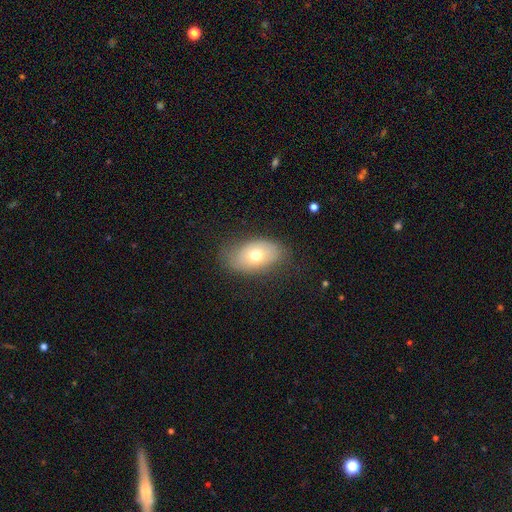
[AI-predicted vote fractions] This is likely a smooth galaxy (66%). How rounded: clearly in between (90%). Merging: likely none (73%).